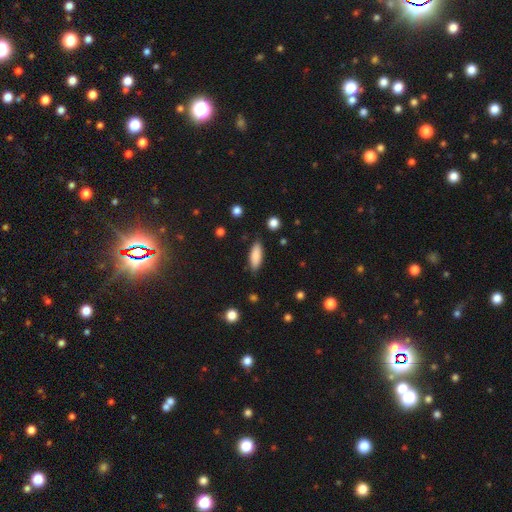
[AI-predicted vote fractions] Smooth or featured? smooth (85%)
How rounded? in between (68%)
Merging? none (85%)